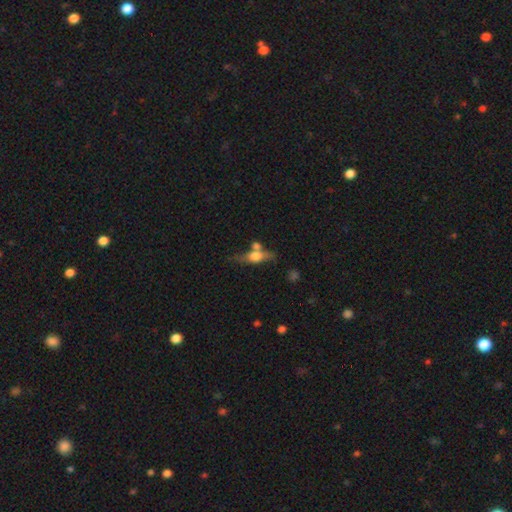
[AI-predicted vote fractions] Smooth or featured? featured or disk (49%)
Merging? none (53%)